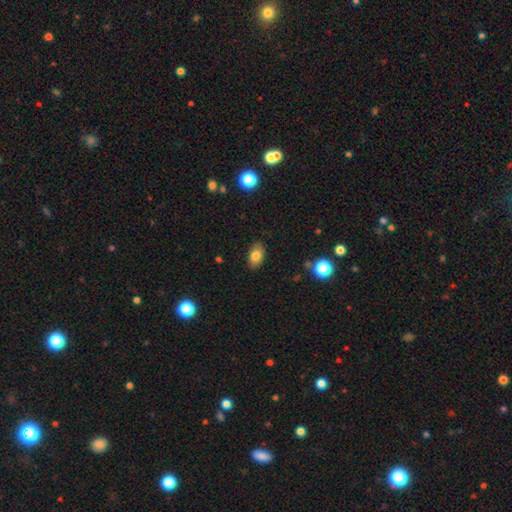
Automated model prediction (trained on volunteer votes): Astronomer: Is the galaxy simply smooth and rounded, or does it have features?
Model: smooth — 81%.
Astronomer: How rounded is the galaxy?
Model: in between — 90%.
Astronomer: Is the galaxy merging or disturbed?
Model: none — 86%.